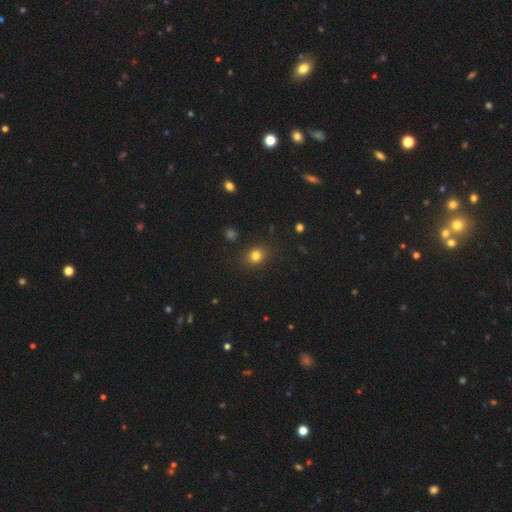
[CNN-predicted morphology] Overall: smooth (80%). How rounded: round (71%). Merging: none (87%).